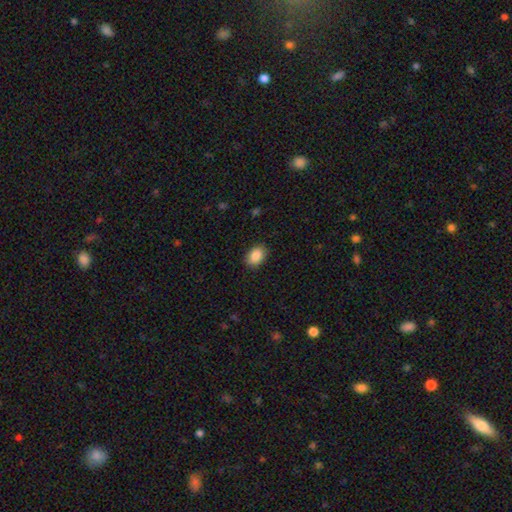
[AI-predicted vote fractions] Smooth or featured: smooth — 88% (star or artifact — 7%)
How rounded: in between — 79% (round — 20%)
Merging: none — 88% (minor disturbance — 9%)